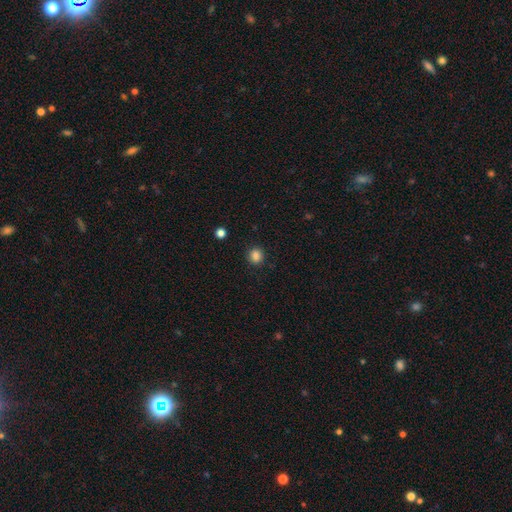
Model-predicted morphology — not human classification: This appears to be a smooth galaxy with no disk features (85%) that is round (87%). Merging: none (90%).